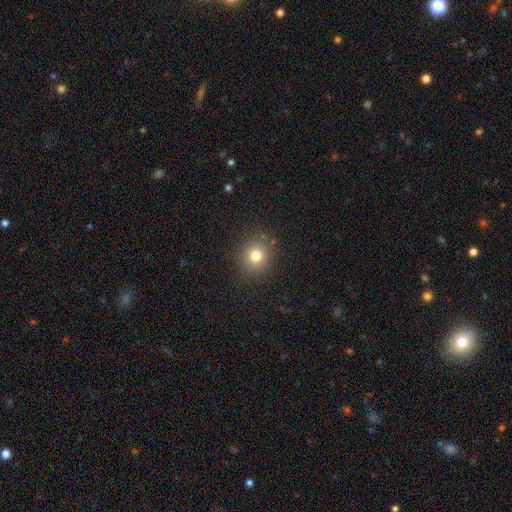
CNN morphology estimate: This is likely a smooth galaxy (77%). How rounded: clearly round (86%). Merging: clearly none (86%).